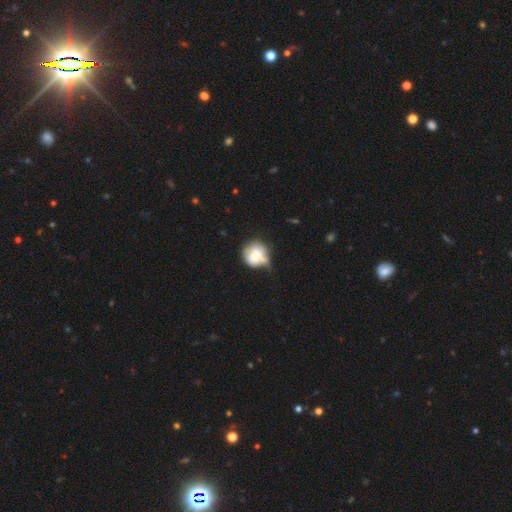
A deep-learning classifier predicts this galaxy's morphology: smooth 68%, featured or disk 24%, star or artifact 9%. Down the decision tree: how rounded — round (83%); merging — none (33%).